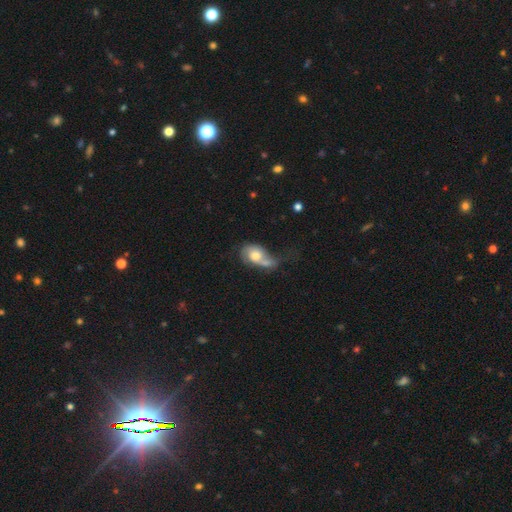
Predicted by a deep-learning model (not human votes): This appears to be a smooth galaxy with no disk features (51%) that is in between round and cigar-shaped (66%). Merging: merger (45%).